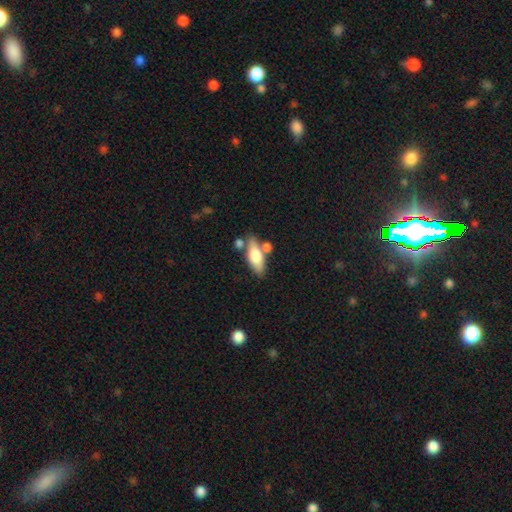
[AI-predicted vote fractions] Smooth or featured? Predicted: smooth (p=0.66). How rounded? Predicted: in between (p=0.68). Merging? Predicted: none (p=0.63).